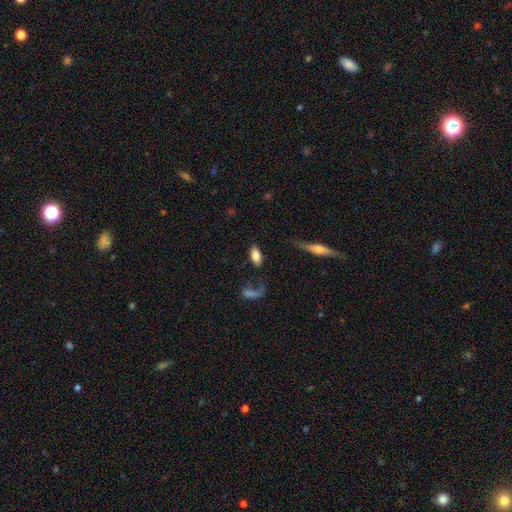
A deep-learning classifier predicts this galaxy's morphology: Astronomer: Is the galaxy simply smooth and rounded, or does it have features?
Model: smooth — 77%.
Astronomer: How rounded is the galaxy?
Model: in between — 88%.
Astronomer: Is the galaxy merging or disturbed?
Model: none — 72%.